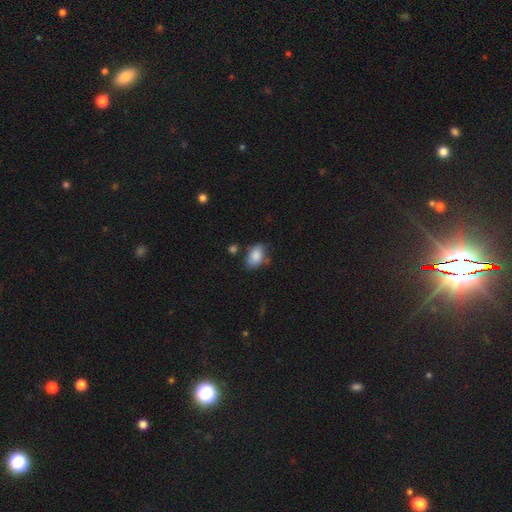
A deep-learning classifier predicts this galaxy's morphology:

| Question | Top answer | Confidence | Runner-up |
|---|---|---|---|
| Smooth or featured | smooth | 84% | featured or disk (9%) |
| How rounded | in between | 87% | round (12%) |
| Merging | none | 63% | minor disturbance (25%) |